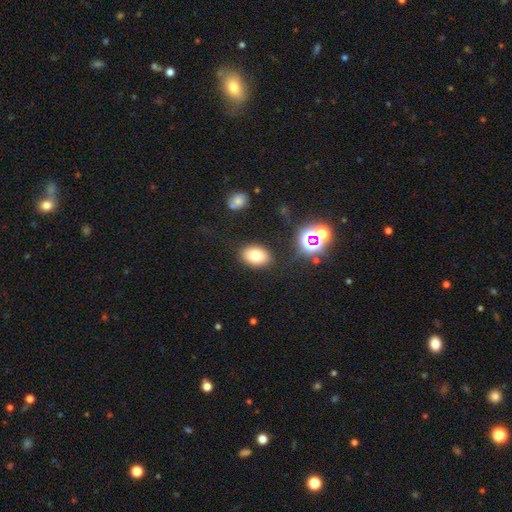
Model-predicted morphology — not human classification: Q: Smooth or featured?
A: smooth (75%); runner-up: star or artifact (14%)
Q: How rounded?
A: in between (79%); runner-up: round (20%)
Q: Merging?
A: none (86%); runner-up: minor disturbance (9%)